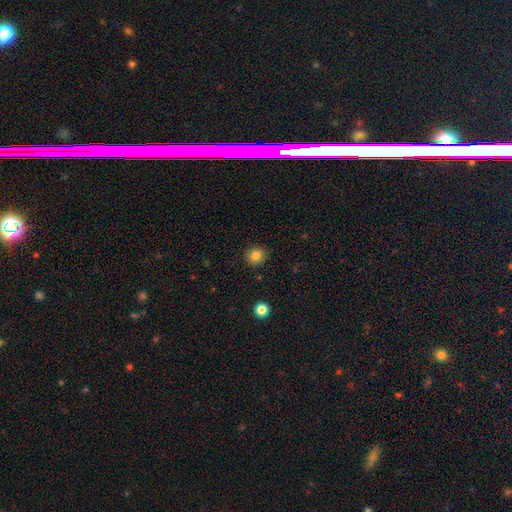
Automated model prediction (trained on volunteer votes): Smooth or featured?
  - smooth: 83% *
  - star or artifact: 11%
  - featured or disk: 6%
How rounded?
  - round: 89% *
  - in between: 10%
  - cigar-shaped: 1%
Merging?
  - none: 90% *
  - minor disturbance: 6%
  - major disturbance: 2%
  - merger: 1%